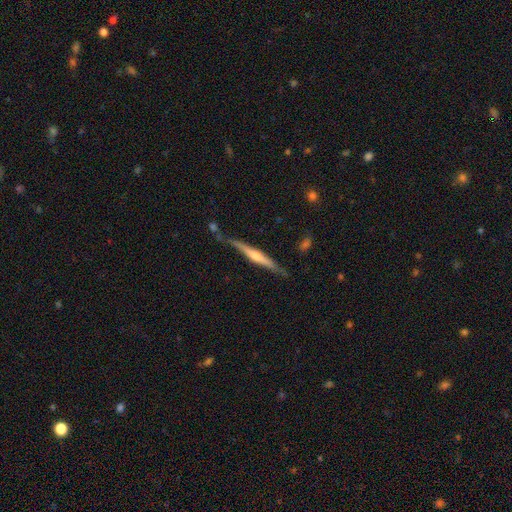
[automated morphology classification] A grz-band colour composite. It shows a featured or disk galaxy (74%) viewed edge-on (97%) with a rounded central bulge (69%). Merging: none (76%).